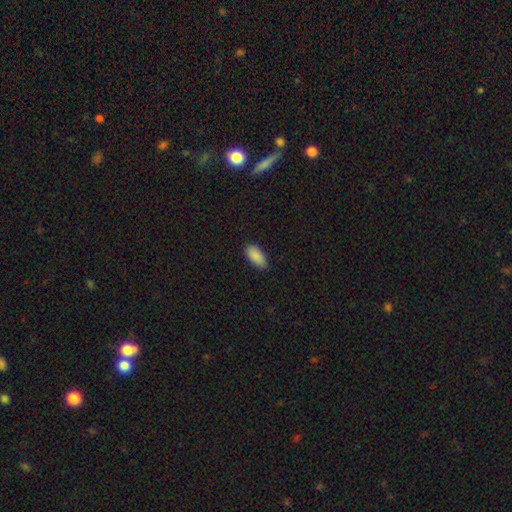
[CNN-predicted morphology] Smooth or featured? Predicted: smooth (p=0.90). How rounded? Predicted: in between (p=0.91). Merging? Predicted: none (p=0.83).